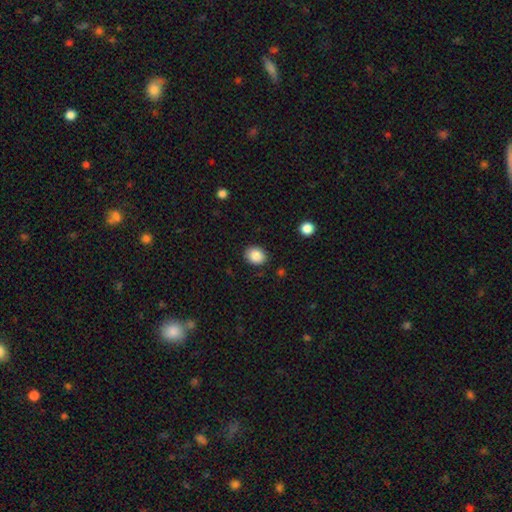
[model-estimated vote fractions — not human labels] Q: Smooth or featured?
A: smooth (87%); runner-up: star or artifact (8%)
Q: How rounded?
A: in between (51%); runner-up: round (48%)
Q: Merging?
A: none (87%); runner-up: minor disturbance (9%)